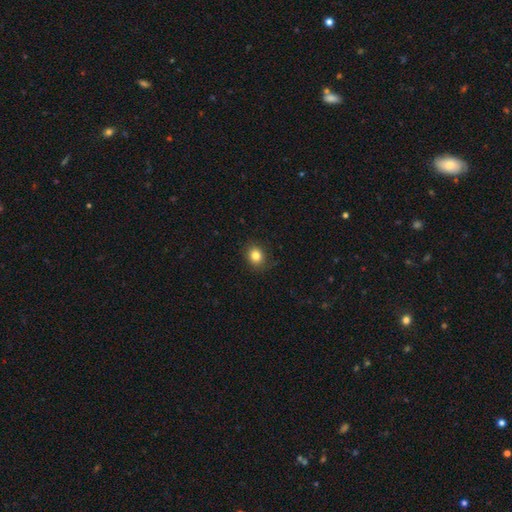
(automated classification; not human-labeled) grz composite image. It shows a smooth galaxy with no disk features (83%) that is round (65%). Merging: none (85%).